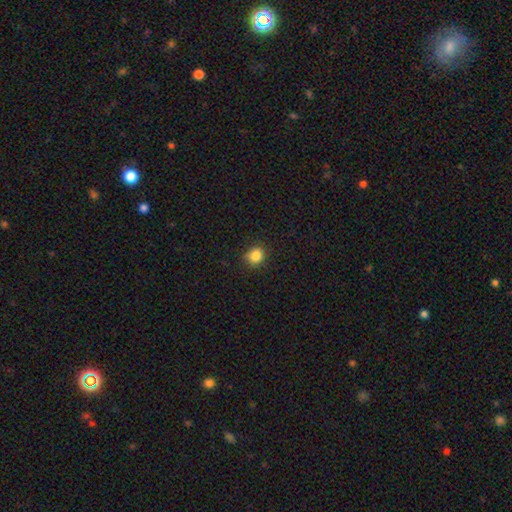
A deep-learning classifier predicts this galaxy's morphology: Smooth or featured? smooth (85%)
How rounded? round (80%)
Merging? none (87%)